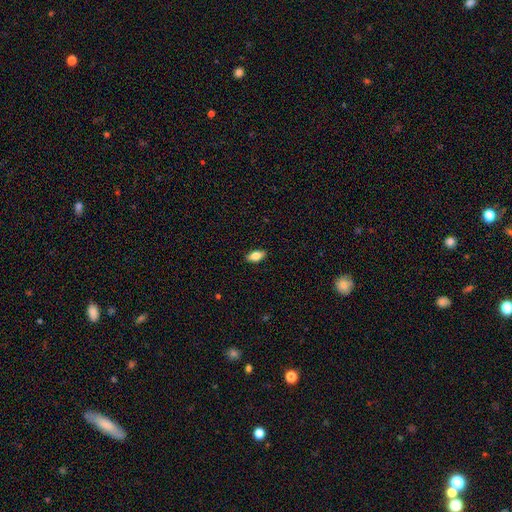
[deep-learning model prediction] The model was most divided on "smooth or featured": smooth: 80%, featured or disk: 13%, star or artifact: 7%. More confident: how rounded — in between (89%); merging — none (89%).